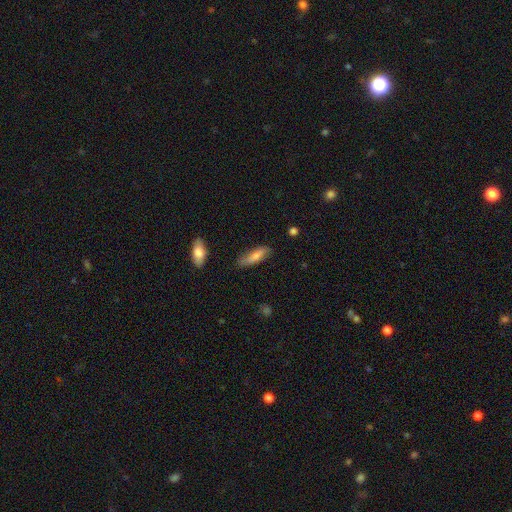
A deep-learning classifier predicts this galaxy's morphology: Smooth or featured? smooth (67%)
How rounded? cigar-shaped (52%)
Merging? none (76%)